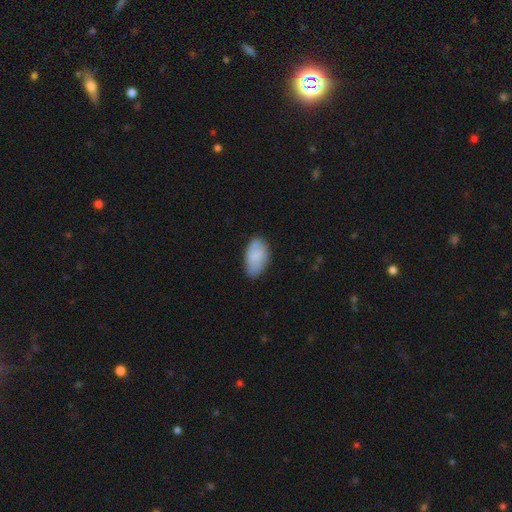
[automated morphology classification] Smooth or featured? smooth (84%)
How rounded? in between (94%)
Merging? none (73%)